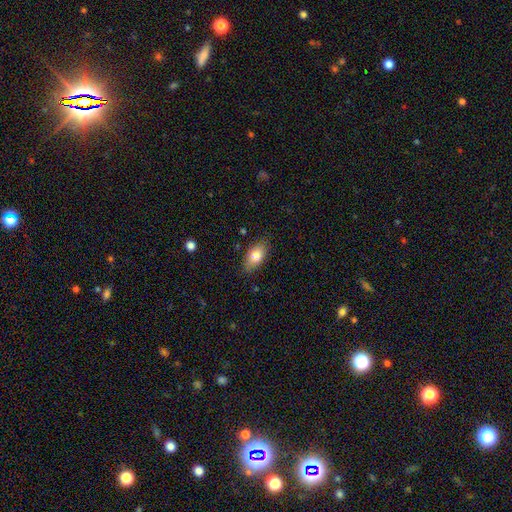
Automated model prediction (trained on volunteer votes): Smooth or featured? smooth (79%)
How rounded? in between (90%)
Merging? none (82%)